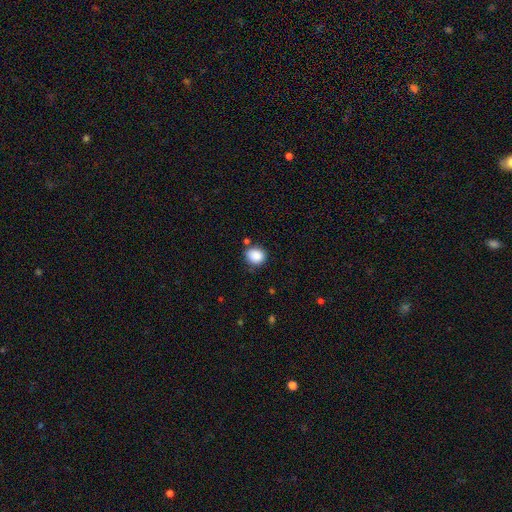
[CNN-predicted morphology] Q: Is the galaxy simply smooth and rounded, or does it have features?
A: smooth — 88%.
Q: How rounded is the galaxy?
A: round — 73%.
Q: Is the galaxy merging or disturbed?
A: none — 77%.